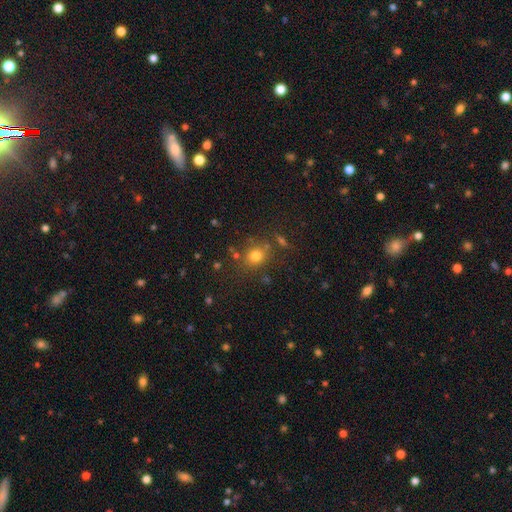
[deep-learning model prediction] smooth-or-featured: smooth: 75% | star or artifact: 17% | featured or disk: 9%
  how-rounded: round: 70% | in between: 29% | cigar-shaped: 1%
  merging: none: 74% | minor disturbance: 13% | merger: 9% | major disturbance: 5%